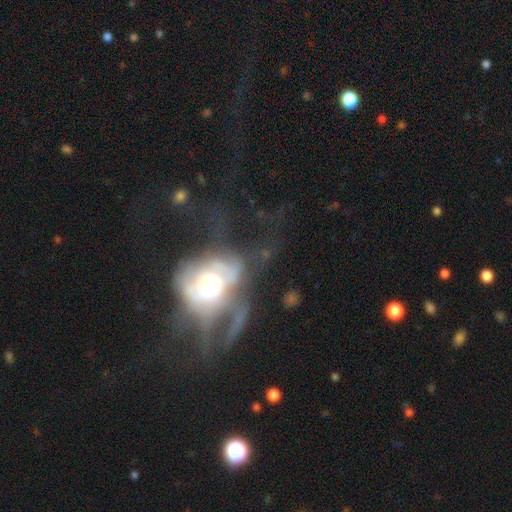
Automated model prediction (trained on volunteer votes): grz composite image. It shows a featured or disk galaxy (62%) with no bar (81%), no spiral arms (62%) and a moderate central bulge (62%). Merging: major disturbance (57%).